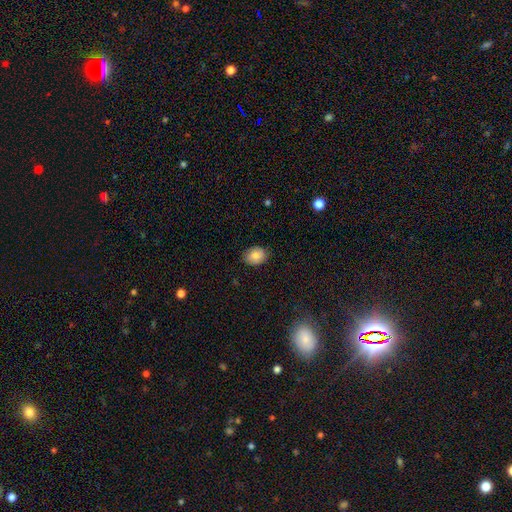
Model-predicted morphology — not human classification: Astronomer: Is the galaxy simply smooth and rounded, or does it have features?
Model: smooth — 82%.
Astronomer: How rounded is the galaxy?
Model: in between — 63%.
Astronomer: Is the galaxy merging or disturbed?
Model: none — 84%.